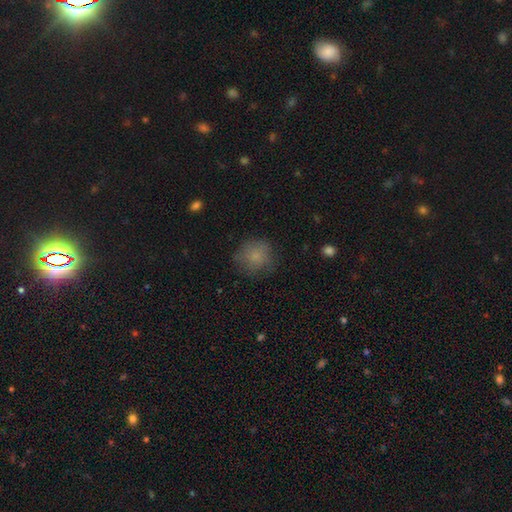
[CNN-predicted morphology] Smooth or featured? Predicted: smooth (p=0.80). How rounded? Predicted: round (p=0.89). Merging? Predicted: none (p=0.75).